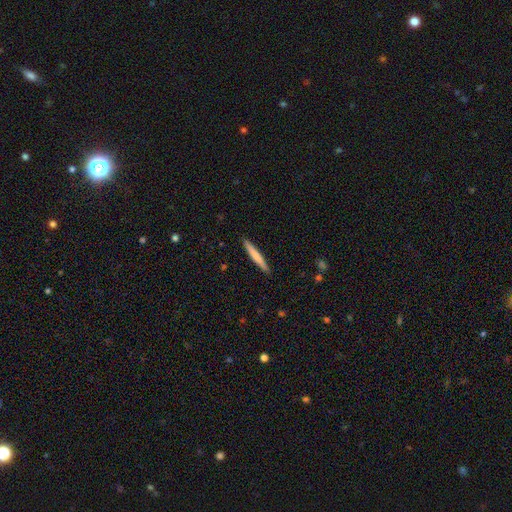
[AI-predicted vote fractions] smooth-or-featured: smooth: 71% | featured or disk: 24% | star or artifact: 5%
  how-rounded: cigar-shaped: 96% | in between: 3% | round: 1%
  merging: none: 91% | minor disturbance: 6% | major disturbance: 1% | merger: 1%